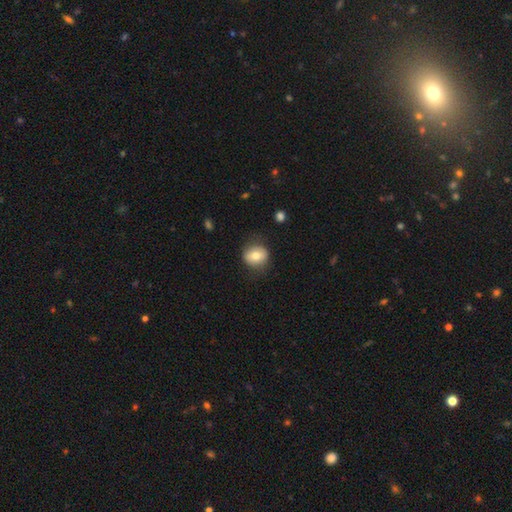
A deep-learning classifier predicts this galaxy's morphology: This is likely a smooth galaxy (73%). How rounded: likely round (67%). Merging: likely none (77%).